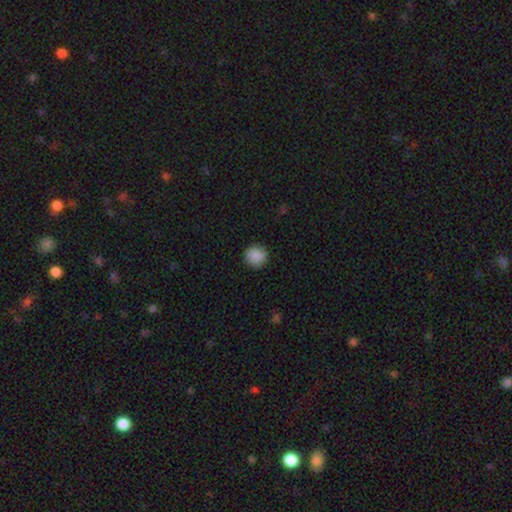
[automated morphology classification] A smooth galaxy with no disk features (88%) that is round (91%).

Vote fractions:
- Smooth or featured? smooth: 88% / star or artifact: 8% / featured or disk: 4%
- How rounded? round: 91% / in between: 8% / cigar-shaped: 1%
- Merging? none: 88% / minor disturbance: 9% / major disturbance: 2% / merger: 1%